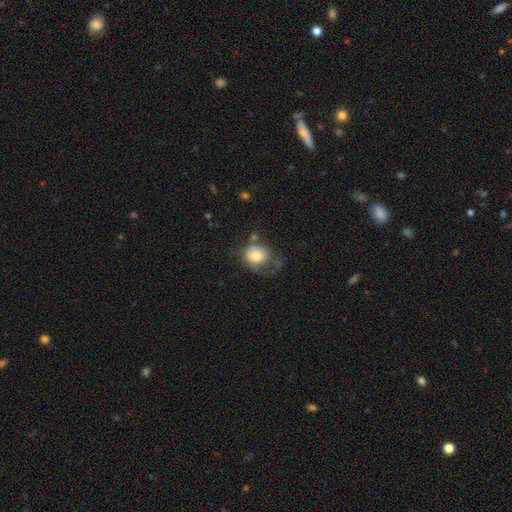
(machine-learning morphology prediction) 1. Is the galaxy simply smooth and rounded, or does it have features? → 74% smooth, 18% featured or disk, 8% star or artifact.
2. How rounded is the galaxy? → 65% round, 35% in between, 1% cigar-shaped.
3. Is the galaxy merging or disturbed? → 39% none, 28% minor disturbance, 25% major disturbance, 8% merger.